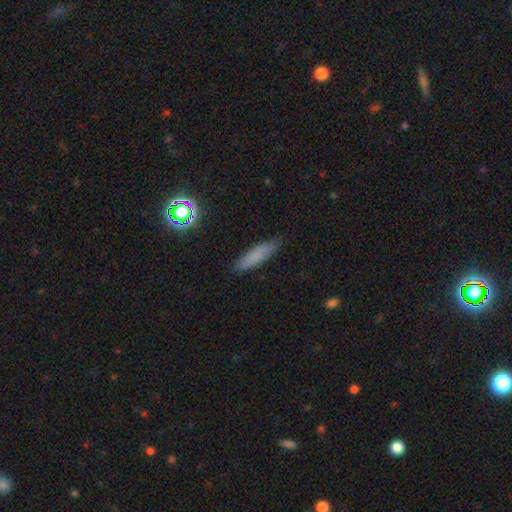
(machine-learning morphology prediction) smooth 76%, featured or disk 14%, star or artifact 10%. Down the decision tree: how rounded — cigar-shaped (75%); merging — none (84%).